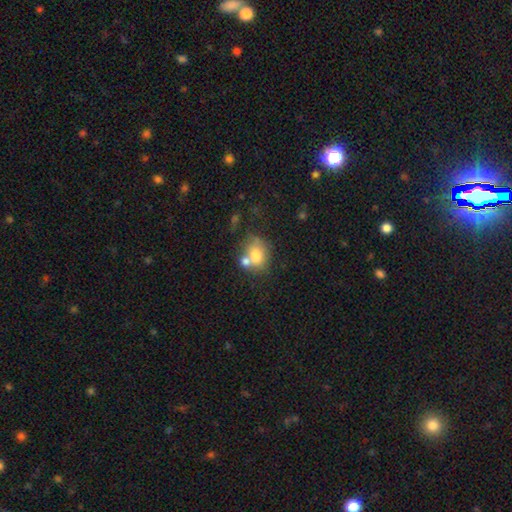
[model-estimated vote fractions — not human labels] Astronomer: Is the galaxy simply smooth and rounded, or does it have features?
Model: smooth — 72%.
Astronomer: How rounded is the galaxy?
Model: in between — 57% (runner-up: round, 42%).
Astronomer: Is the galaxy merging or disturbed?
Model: none — 40% (runner-up: merger, 38%).